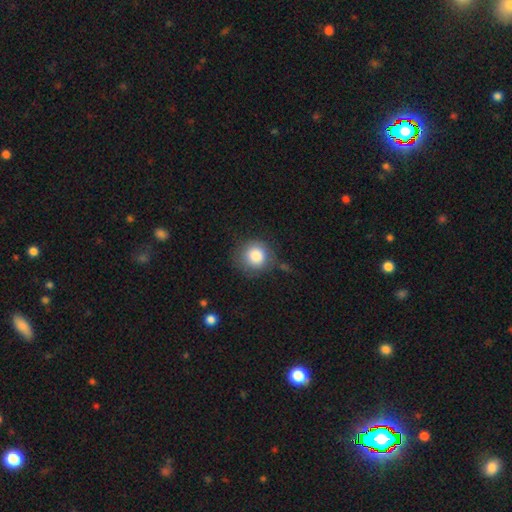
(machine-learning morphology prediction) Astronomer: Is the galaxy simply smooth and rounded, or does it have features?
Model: smooth — 84%.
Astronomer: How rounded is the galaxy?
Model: round — 90%.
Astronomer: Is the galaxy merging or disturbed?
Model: none — 71%.